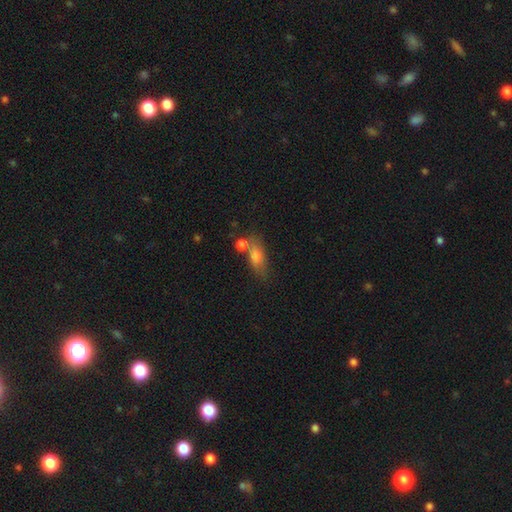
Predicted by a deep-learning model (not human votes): Smooth or featured? Predicted: smooth (p=0.69). How rounded? Predicted: in between (p=0.69). Merging? Predicted: none (p=0.53).